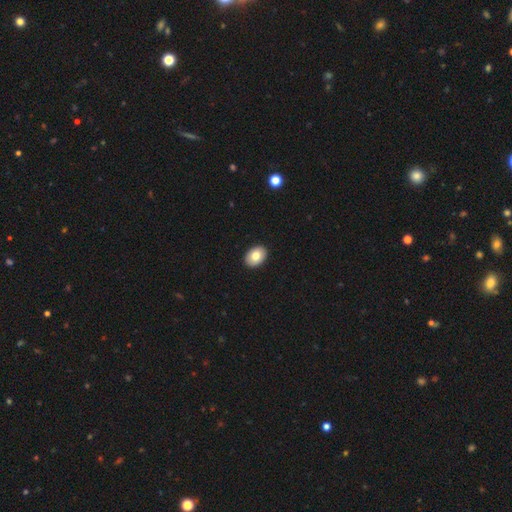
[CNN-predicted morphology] smooth 81%, featured or disk 11%, star or artifact 7%. Down the decision tree: how rounded — in between (79%); merging — none (92%).